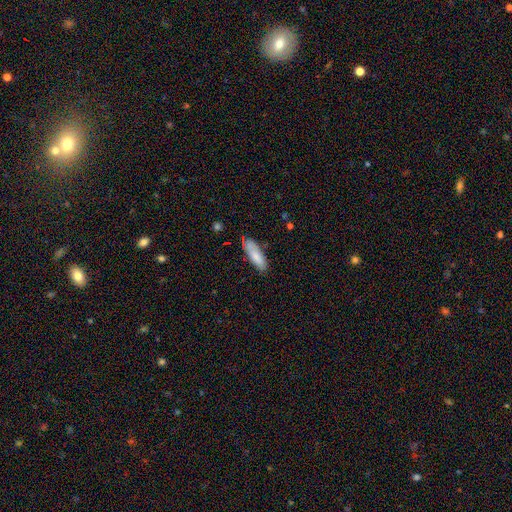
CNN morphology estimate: smooth 81%, featured or disk 13%, star or artifact 6%. Down the decision tree: how rounded — in between (56%); merging — none (73%).